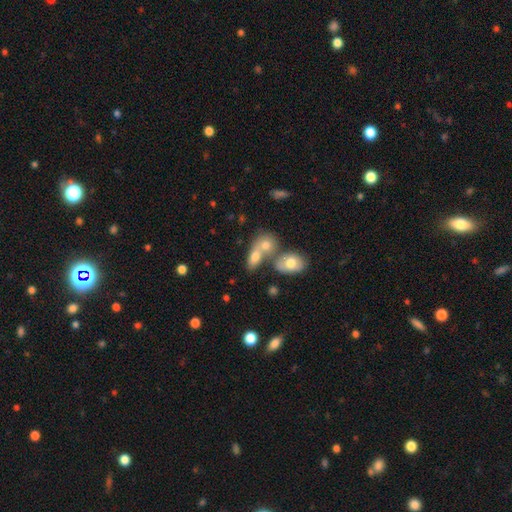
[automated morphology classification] Smooth or featured?
  - smooth: 68% *
  - featured or disk: 21%
  - star or artifact: 12%
How rounded?
  - in between: 78% *
  - round: 16%
  - cigar-shaped: 6%
Merging?
  - merger: 51% *
  - none: 34%
  - minor disturbance: 10%
  - major disturbance: 5%